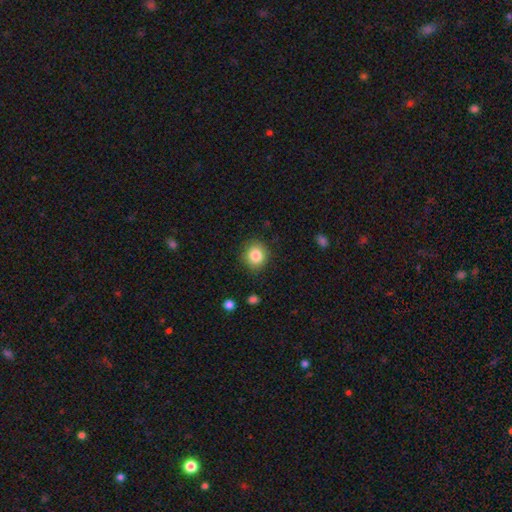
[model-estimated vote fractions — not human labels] This is clearly a smooth galaxy (84%). How rounded: clearly round (82%). Merging: clearly none (87%).